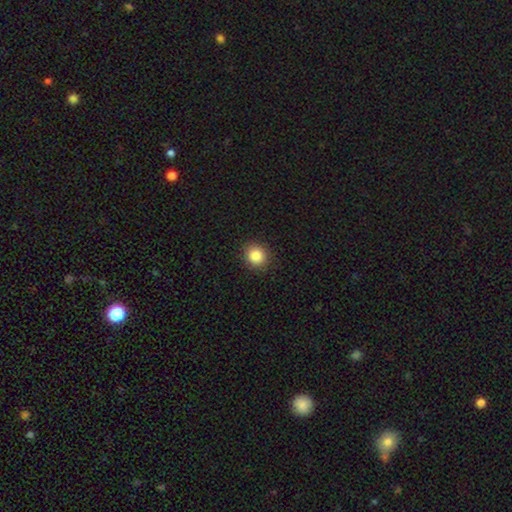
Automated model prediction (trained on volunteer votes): Morphology: type=smooth (86%); roundness=round (84%); merging=none (91%).